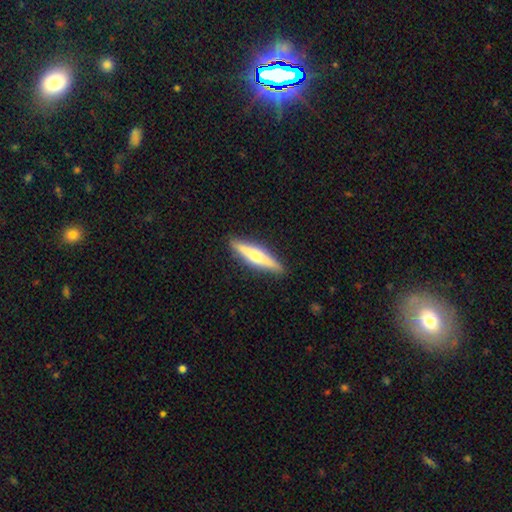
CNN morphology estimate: smooth_or_featured: featured or disk (p=0.50) [alt: smooth p=0.44]
merging: none (p=0.90) [alt: minor disturbance p=0.08]